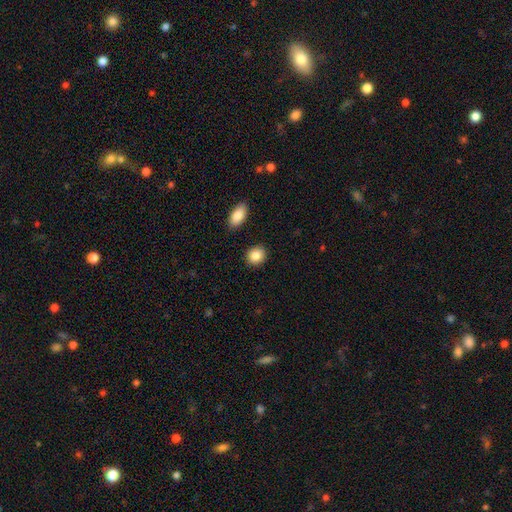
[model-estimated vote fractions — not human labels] Smooth or featured?
  - smooth: 87% *
  - star or artifact: 8%
  - featured or disk: 5%
How rounded?
  - round: 69% *
  - in between: 29%
  - cigar-shaped: 1%
Merging?
  - none: 89% *
  - minor disturbance: 7%
  - merger: 2%
  - major disturbance: 2%